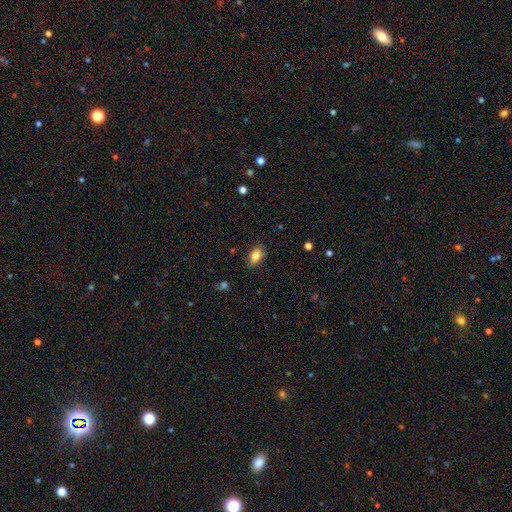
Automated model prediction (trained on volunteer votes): smooth 82%, featured or disk 9%, star or artifact 8%. Down the decision tree: how rounded — in between (88%); merging — none (77%).